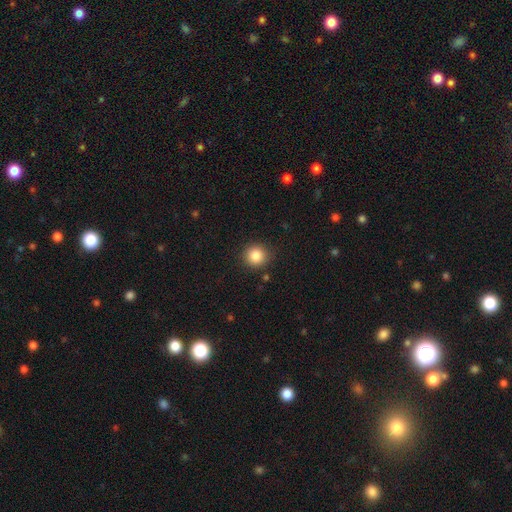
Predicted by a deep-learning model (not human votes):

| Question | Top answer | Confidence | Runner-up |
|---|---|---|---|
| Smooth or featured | smooth | 85% | star or artifact (10%) |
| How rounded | round | 92% | in between (7%) |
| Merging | none | 89% | minor disturbance (7%) |